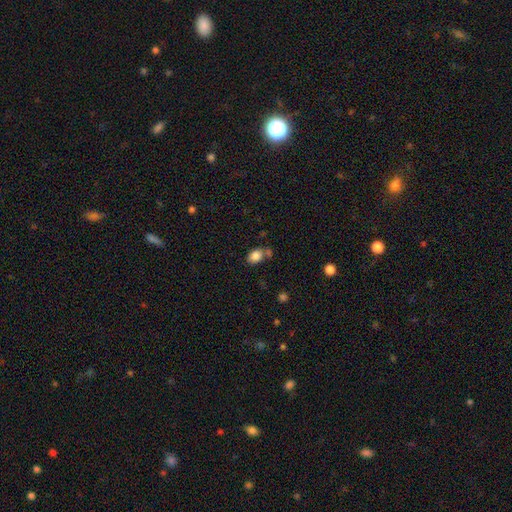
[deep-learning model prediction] Overall: smooth (84%). How rounded: in between (75%). Merging: none (57%; merger 21%).